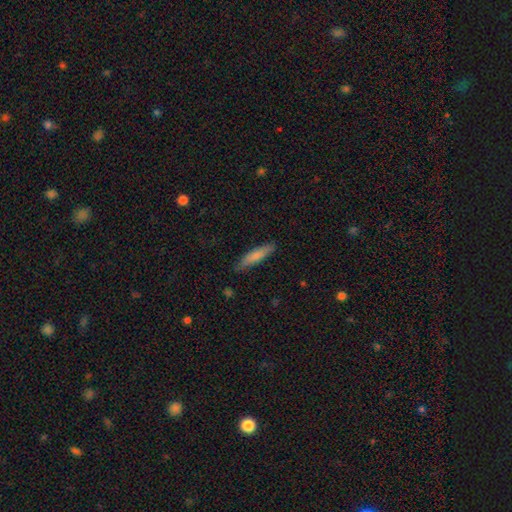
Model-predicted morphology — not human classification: Smooth or featured: smooth — 77% (featured or disk — 17%)
How rounded: cigar-shaped — 83% (in between — 15%)
Merging: none — 85% (minor disturbance — 12%)